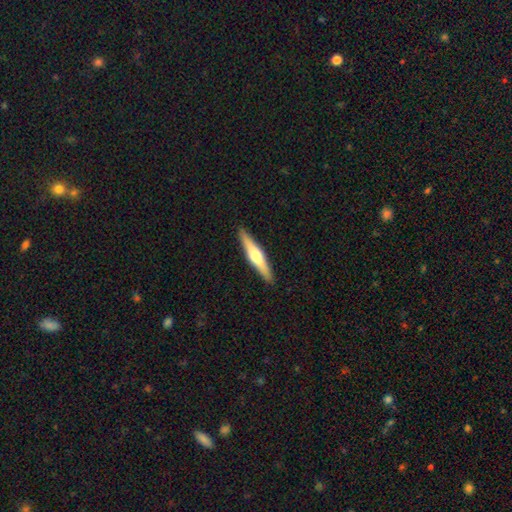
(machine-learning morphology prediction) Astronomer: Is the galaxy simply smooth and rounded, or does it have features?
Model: featured or disk — 55% (runner-up: smooth, 40%).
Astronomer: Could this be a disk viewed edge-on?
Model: yes — 96%.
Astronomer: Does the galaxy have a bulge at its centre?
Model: rounded — 89%.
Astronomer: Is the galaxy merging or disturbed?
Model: none — 91%.